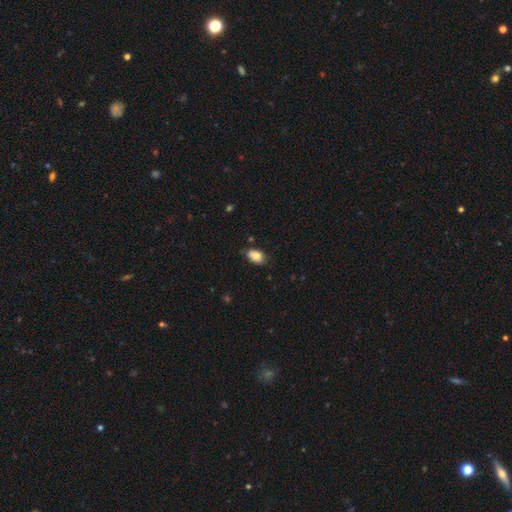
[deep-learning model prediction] smooth_or_featured: smooth (p=0.85) [alt: star or artifact p=0.08]
how_rounded: in between (p=0.90) [alt: round p=0.08]
merging: none (p=0.71) [alt: minor disturbance p=0.23]